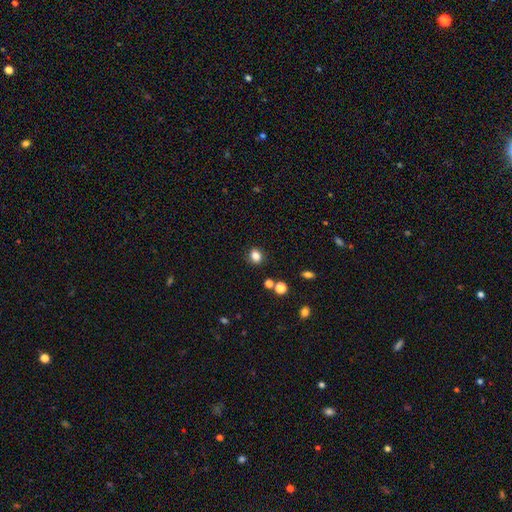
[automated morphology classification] Smooth or featured? Predicted: smooth (p=0.83). How rounded? Predicted: round (p=0.57). Merging? Predicted: none (p=0.86).